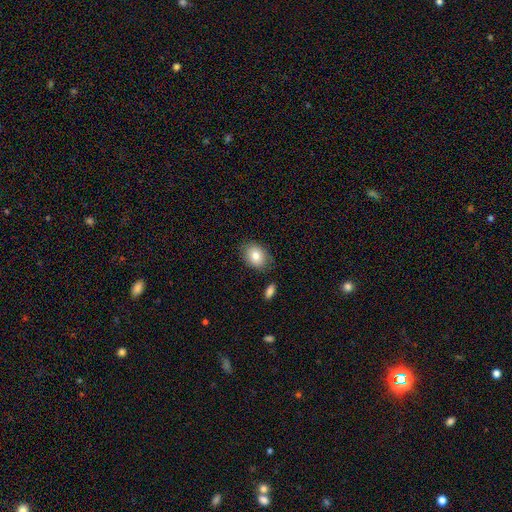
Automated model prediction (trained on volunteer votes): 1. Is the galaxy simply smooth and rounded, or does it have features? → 80% smooth, 12% featured or disk, 8% star or artifact.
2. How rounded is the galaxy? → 66% in between, 33% round, 1% cigar-shaped.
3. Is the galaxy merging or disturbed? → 80% none, 13% minor disturbance, 4% merger, 3% major disturbance.